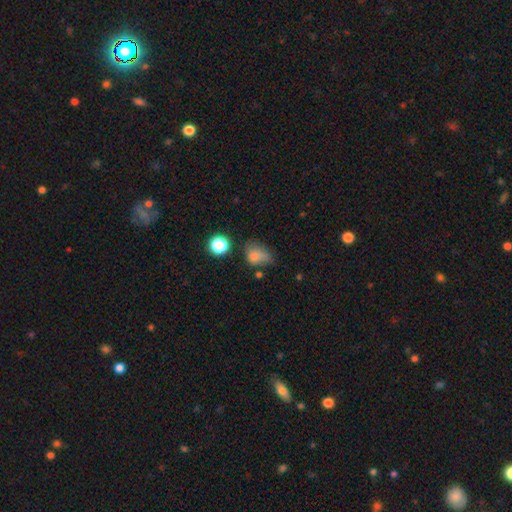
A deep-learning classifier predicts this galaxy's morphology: This appears to be a smooth galaxy with no disk features (75%) that is in between round and cigar-shaped (63%). Merging: minor disturbance (34%, tied with none).